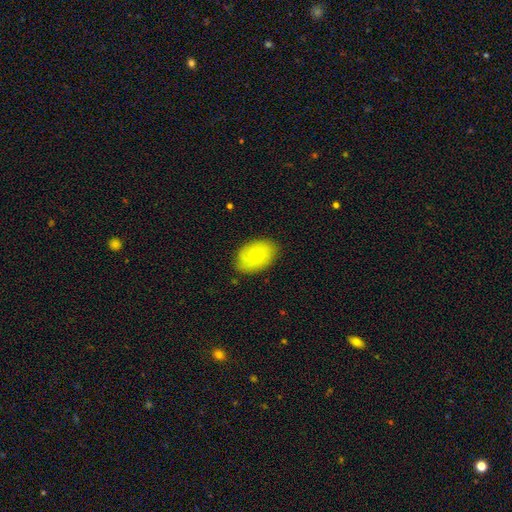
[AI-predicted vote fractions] Morphology: type=smooth (72%); roundness=in between (89%); merging=none (82%).